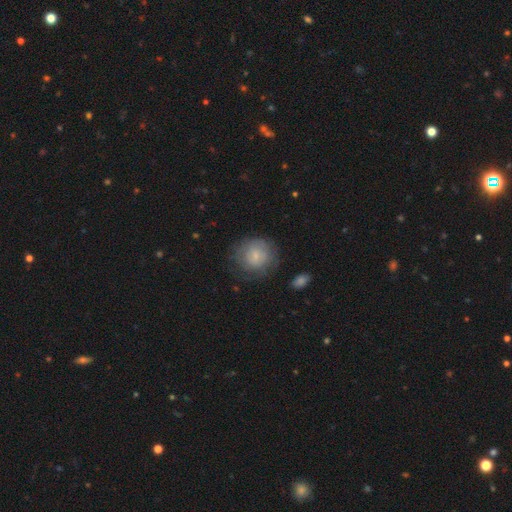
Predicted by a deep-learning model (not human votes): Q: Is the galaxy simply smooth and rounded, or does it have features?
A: smooth — 65%.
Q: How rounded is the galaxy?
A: round — 84%.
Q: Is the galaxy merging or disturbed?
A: none — 69%.